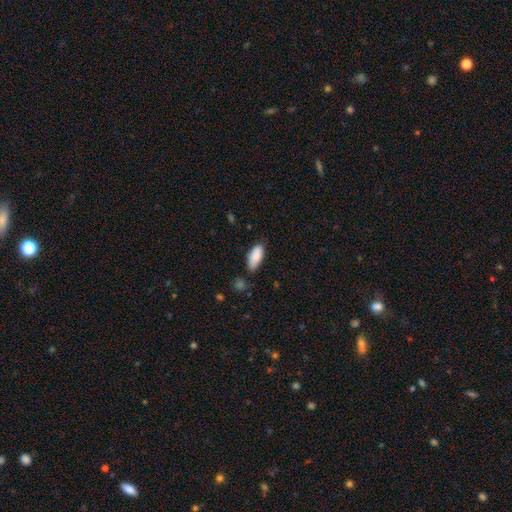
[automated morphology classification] This appears to be a smooth galaxy with no disk features (87%) that is in between round and cigar-shaped (85%). Merging: none (69%).